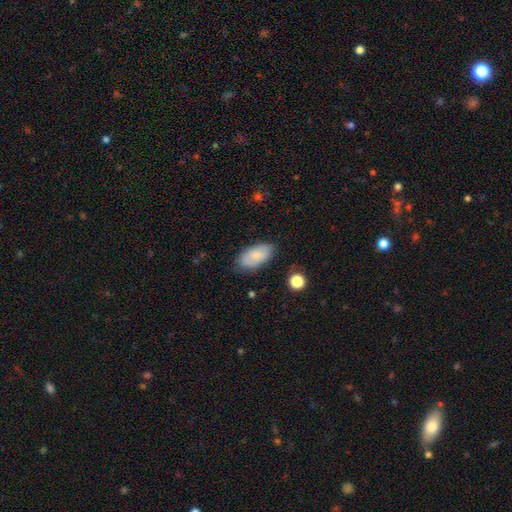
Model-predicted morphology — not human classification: A smooth galaxy with no disk features (74%) that is in between round and cigar-shaped (93%). Merging: none (75%).